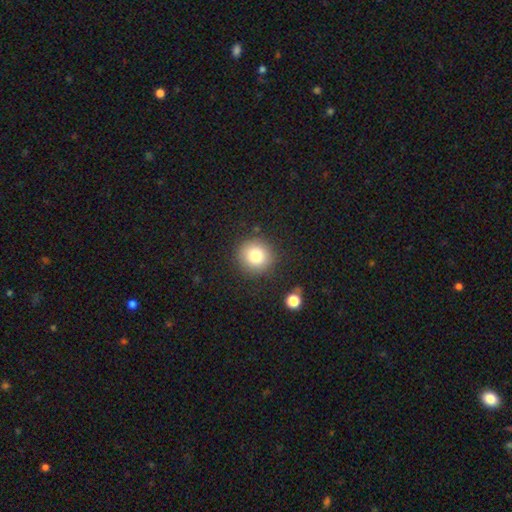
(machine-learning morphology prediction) Smooth or featured? smooth (79%)
How rounded? round (93%)
Merging? none (87%)